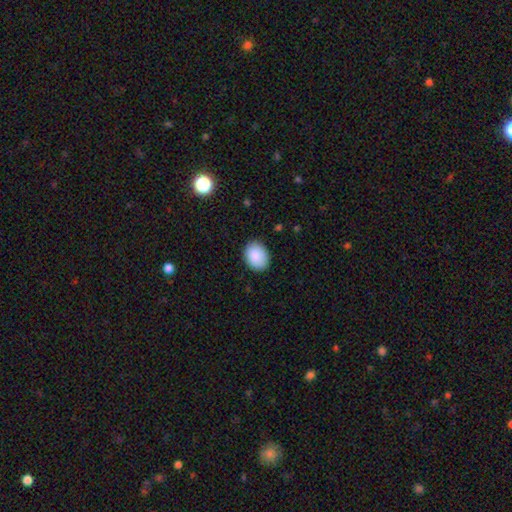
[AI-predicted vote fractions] This is clearly a smooth galaxy (89%). How rounded: likely in between (66%). Merging: clearly none (86%).